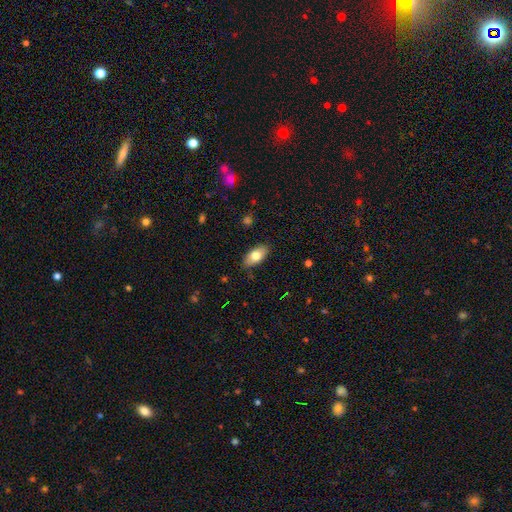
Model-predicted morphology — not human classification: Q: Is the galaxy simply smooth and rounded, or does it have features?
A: smooth — 75%.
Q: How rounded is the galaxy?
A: in between — 90%.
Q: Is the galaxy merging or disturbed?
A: none — 86%.